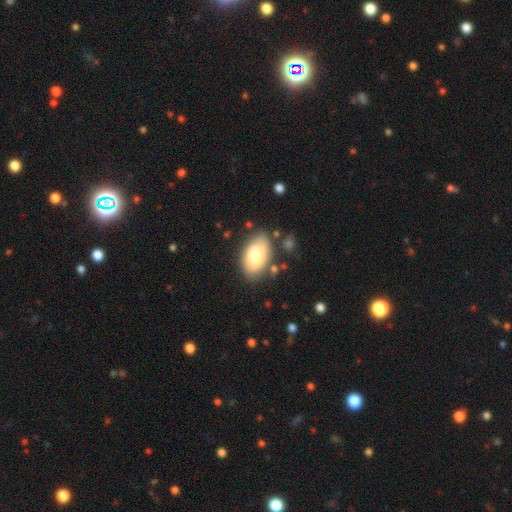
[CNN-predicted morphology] The model was most divided on "merging": none: 74%, minor disturbance: 17%, major disturbance: 5%, merger: 4%. More confident: how rounded — in between (94%); smooth or featured — smooth (82%).